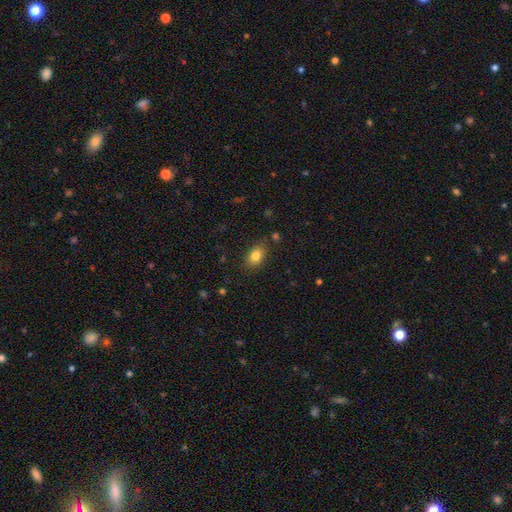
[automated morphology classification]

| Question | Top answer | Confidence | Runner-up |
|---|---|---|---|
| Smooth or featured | smooth | 82% | star or artifact (9%) |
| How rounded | in between | 80% | round (18%) |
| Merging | none | 82% | minor disturbance (13%) |